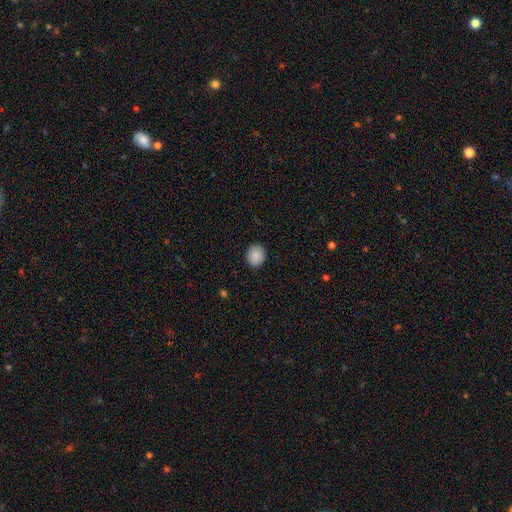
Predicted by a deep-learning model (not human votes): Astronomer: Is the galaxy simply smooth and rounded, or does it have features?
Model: smooth — 89%.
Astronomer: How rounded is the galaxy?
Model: round — 68%.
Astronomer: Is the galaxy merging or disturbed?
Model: none — 90%.